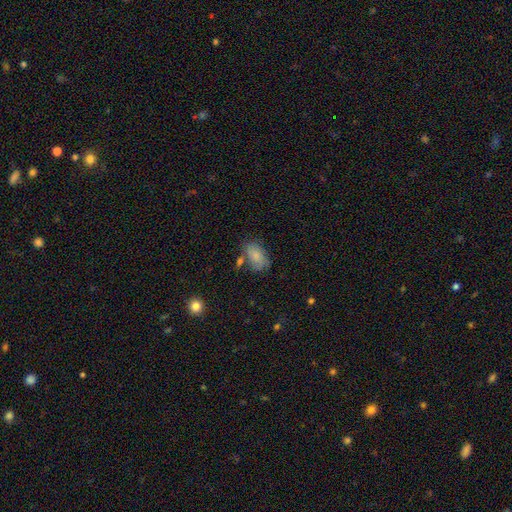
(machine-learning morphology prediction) Q: Smooth or featured?
A: smooth (78%); runner-up: featured or disk (14%)
Q: How rounded?
A: in between (91%); runner-up: round (7%)
Q: Merging?
A: none (55%); runner-up: minor disturbance (23%)